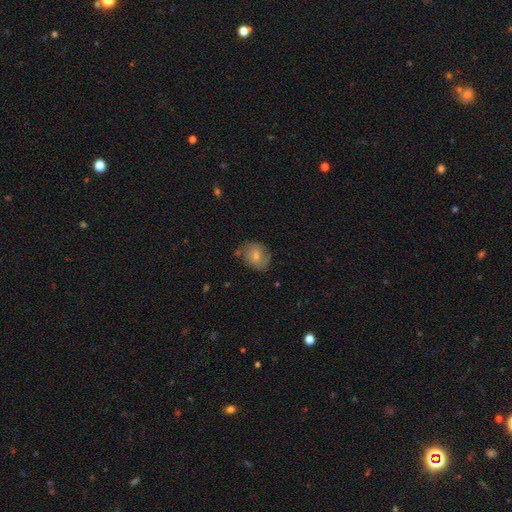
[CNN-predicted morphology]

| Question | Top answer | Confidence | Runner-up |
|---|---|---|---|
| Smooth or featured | smooth | 59% | featured or disk (33%) |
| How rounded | round | 59% | in between (40%) |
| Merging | none | 66% | minor disturbance (23%) |